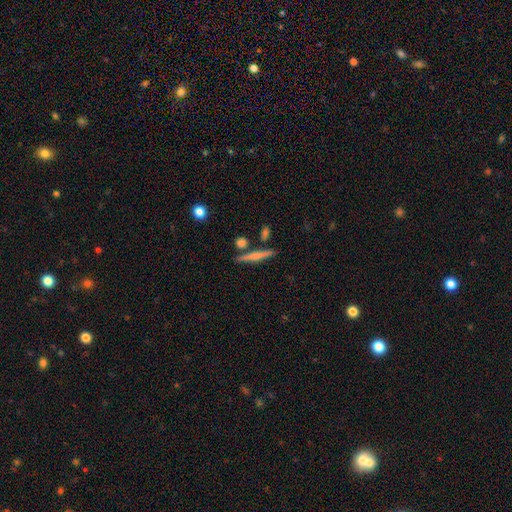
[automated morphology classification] A smooth galaxy with no disk features (47%). Merging: none (80%).